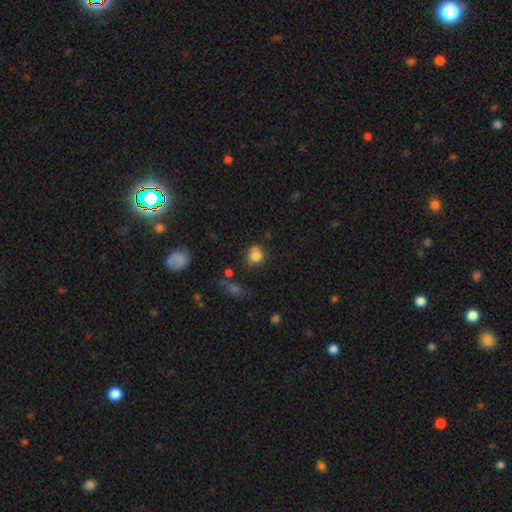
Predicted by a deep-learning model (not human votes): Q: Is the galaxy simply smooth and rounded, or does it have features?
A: smooth — 78%.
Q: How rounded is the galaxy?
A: round — 69%.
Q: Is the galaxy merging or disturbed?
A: none — 56%.